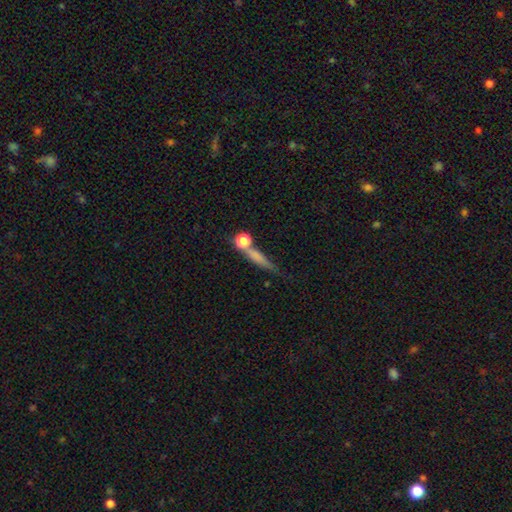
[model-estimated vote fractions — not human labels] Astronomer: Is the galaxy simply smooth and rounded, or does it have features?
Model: smooth — 61%.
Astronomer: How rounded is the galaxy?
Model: cigar-shaped — 62%.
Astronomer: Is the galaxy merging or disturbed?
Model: none — 56%.